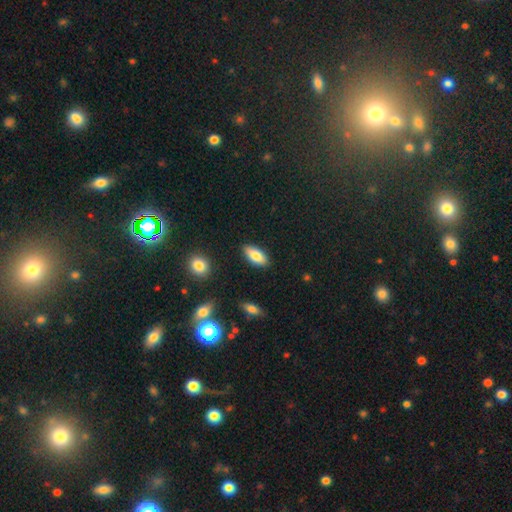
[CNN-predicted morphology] type=smooth (81%); roundness=in between (85%); merging=none (86%).